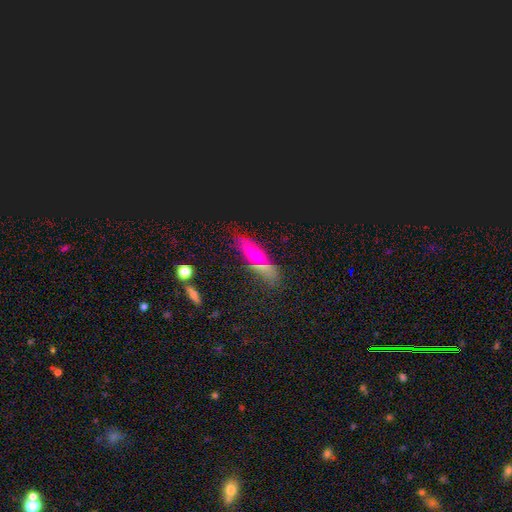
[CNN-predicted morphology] smooth-or-featured: smooth: 48% | featured or disk: 31% | star or artifact: 21%
  merging: none: 73% | minor disturbance: 14% | major disturbance: 6% | merger: 6%